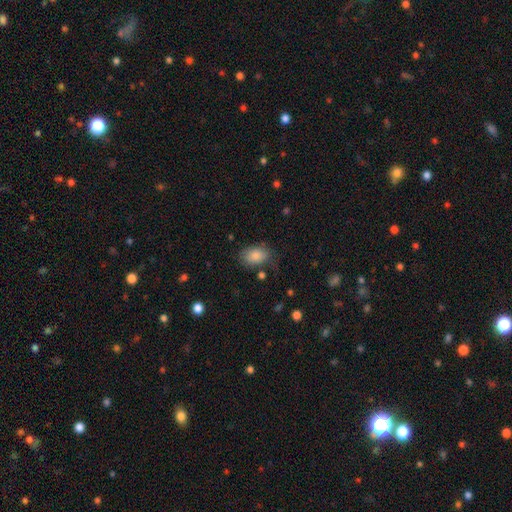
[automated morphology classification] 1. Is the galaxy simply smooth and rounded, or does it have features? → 85% smooth, 7% star or artifact, 7% featured or disk.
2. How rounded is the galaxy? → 86% in between, 13% round, 1% cigar-shaped.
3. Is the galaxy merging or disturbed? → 67% none, 23% minor disturbance, 8% major disturbance, 3% merger.